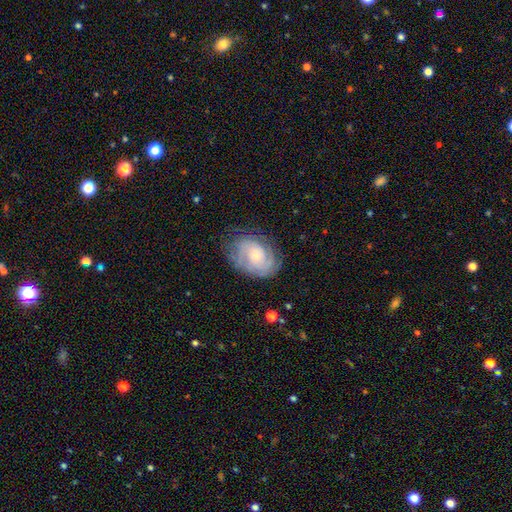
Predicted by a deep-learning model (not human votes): This is likely a featured or disk galaxy (70%). It is clearly not viewed edge-on (97%). Bar: likely no (76%). Spiral arm pattern: clearly yes (89%). Spiral arm count: marginally can't tell (43%). Spiral winding: likely tight (63%). Central bulge: likely small (65%). Merging: likely none (68%).